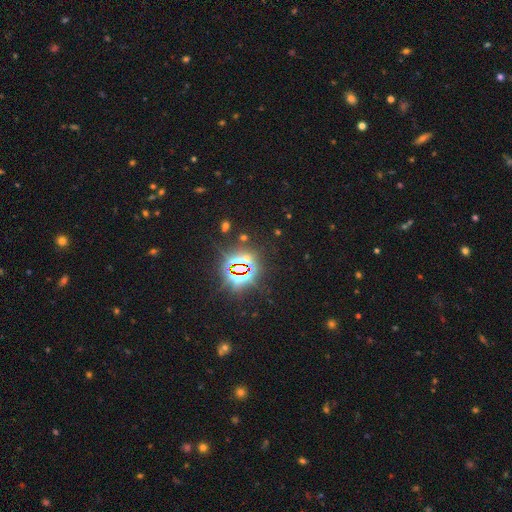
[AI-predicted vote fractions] Smooth or featured?
  - star or artifact: 84% *
  - smooth: 10%
  - featured or disk: 6%